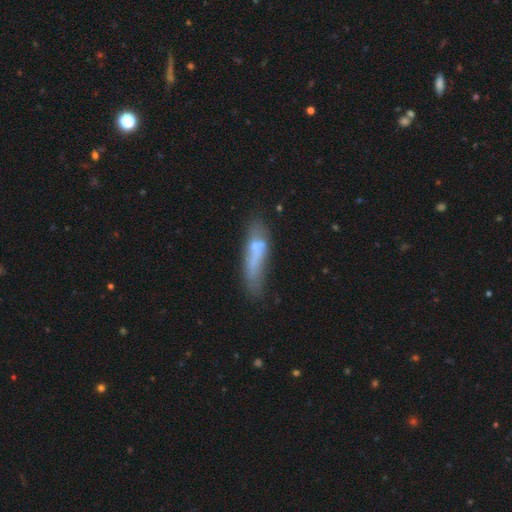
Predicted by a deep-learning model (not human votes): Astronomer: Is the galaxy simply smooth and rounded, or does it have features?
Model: smooth — 56% (runner-up: featured or disk, 33%).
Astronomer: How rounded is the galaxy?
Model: cigar-shaped — 68%.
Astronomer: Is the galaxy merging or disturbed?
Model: none — 41% (runner-up: minor disturbance, 27%).